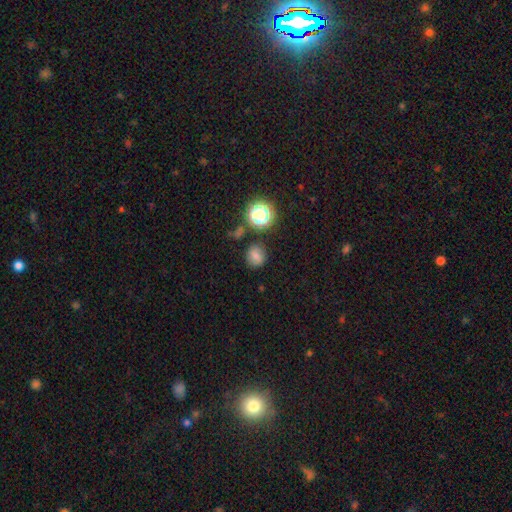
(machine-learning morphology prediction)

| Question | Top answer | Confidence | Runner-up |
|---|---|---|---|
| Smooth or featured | smooth | 73% | star or artifact (18%) |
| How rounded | round | 78% | in between (21%) |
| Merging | none | 80% | minor disturbance (11%) |